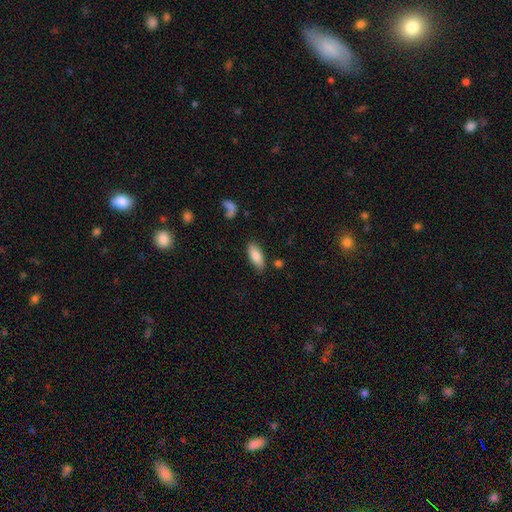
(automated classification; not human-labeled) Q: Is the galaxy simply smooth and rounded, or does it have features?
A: smooth — 82%.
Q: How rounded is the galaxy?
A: in between — 83%.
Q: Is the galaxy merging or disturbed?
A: none — 81%.